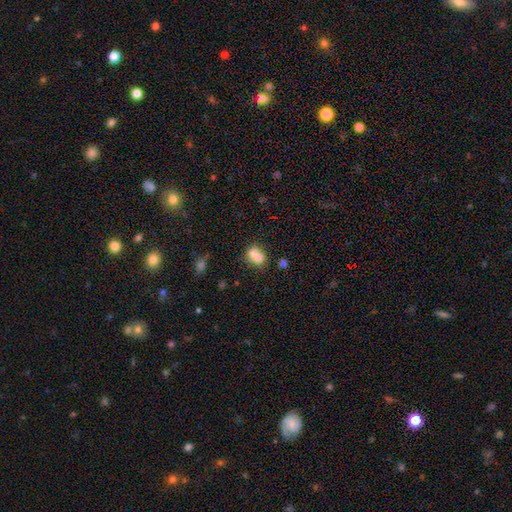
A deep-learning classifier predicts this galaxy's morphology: Smooth or featured: smooth — 73% (featured or disk — 17%)
How rounded: in between — 51% (round — 47%)
Merging: merger — 56% (none — 30%)